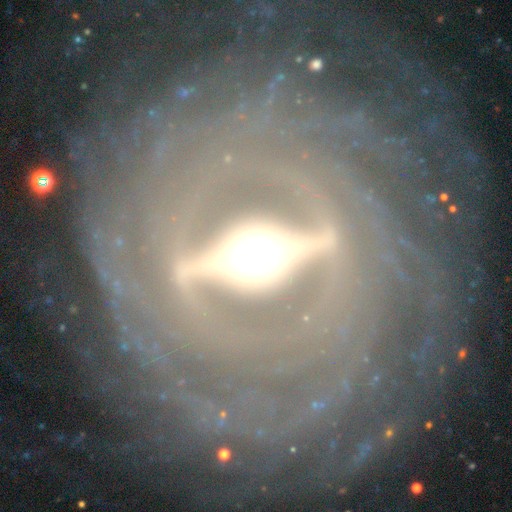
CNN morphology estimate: Smooth or featured?
  - featured or disk: 91% *
  - star or artifact: 4%
  - smooth: 4%
Edge-on disk?
  - no: 71% *
  - yes: 29%
Bar?
  - strong: 86% *
  - weak: 9%
  - no: 5%
Spiral arms?
  - yes: 81% *
  - no: 19%
Spiral winding?
  - tight: 79% *
  - medium: 15%
  - loose: 6%
Spiral arm count?
  - can't tell: 37% *
  - 2: 19%
  - more than 4: 18%
  - 4: 10%
  - 3: 9%
  - 1: 7%
Bulge size?
  - moderate: 56% *
  - large: 31%
  - small: 8%
  - dominant: 4%
  - none: 1%
Merging?
  - none: 81% *
  - minor disturbance: 11%
  - major disturbance: 7%
  - merger: 2%